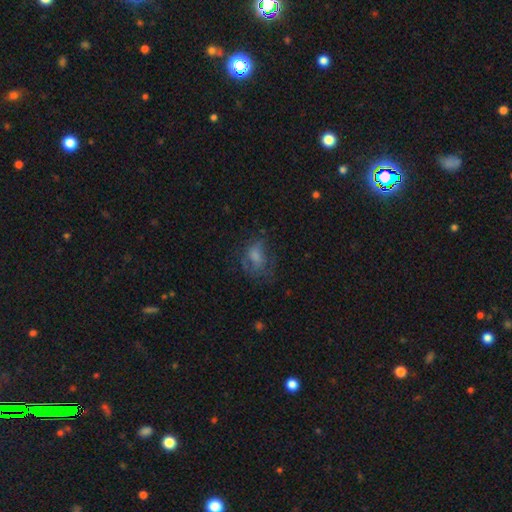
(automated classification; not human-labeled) smooth-or-featured: smooth: 48% | featured or disk: 32% | star or artifact: 20%
  merging: none: 49% | major disturbance: 27% | minor disturbance: 23% | merger: 2%